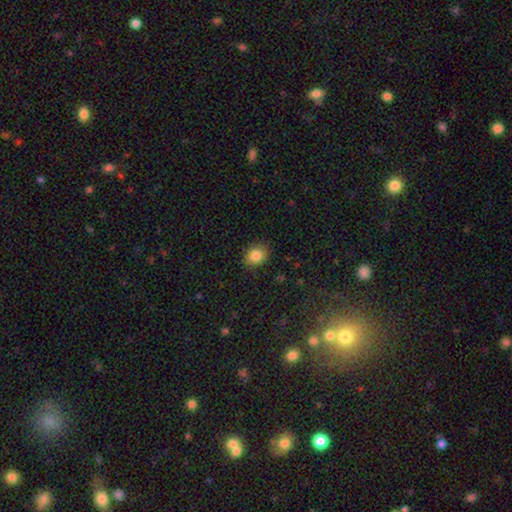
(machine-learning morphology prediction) Smooth or featured? Predicted: smooth (p=0.85). How rounded? Predicted: round (p=0.55). Merging? Predicted: none (p=0.86).